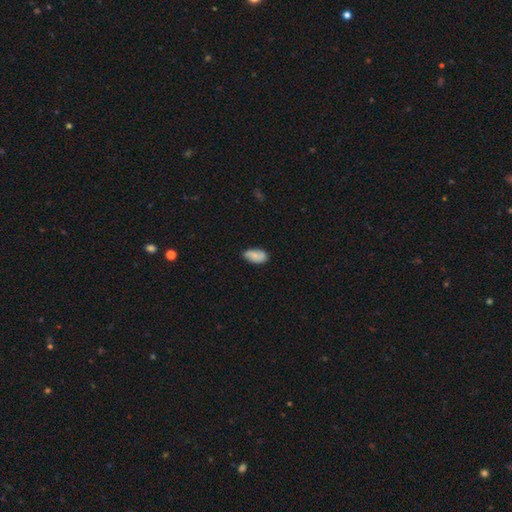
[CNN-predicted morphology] type=smooth (69%); roundness=in between (93%); merging=none (73%).